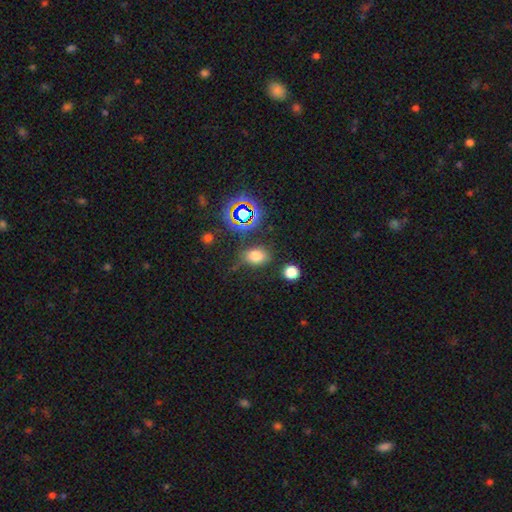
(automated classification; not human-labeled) Q: Smooth or featured?
A: smooth (71%); runner-up: star or artifact (19%)
Q: How rounded?
A: in between (74%); runner-up: round (24%)
Q: Merging?
A: none (68%); runner-up: minor disturbance (19%)